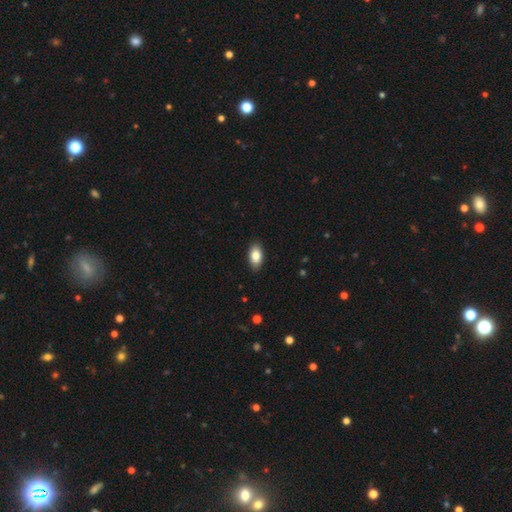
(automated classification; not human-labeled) The model was most divided on "smooth or featured": smooth: 84%, featured or disk: 9%, star or artifact: 7%. More confident: how rounded — in between (92%); merging — none (89%).